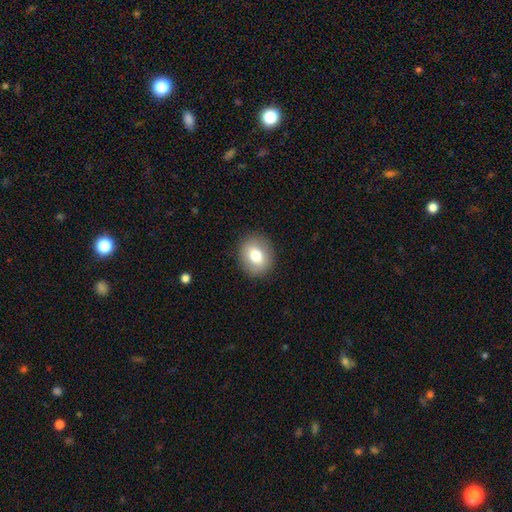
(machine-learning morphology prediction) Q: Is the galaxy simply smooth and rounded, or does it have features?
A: smooth — 75%.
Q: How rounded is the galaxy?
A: round — 68%.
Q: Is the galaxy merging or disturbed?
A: none — 89%.